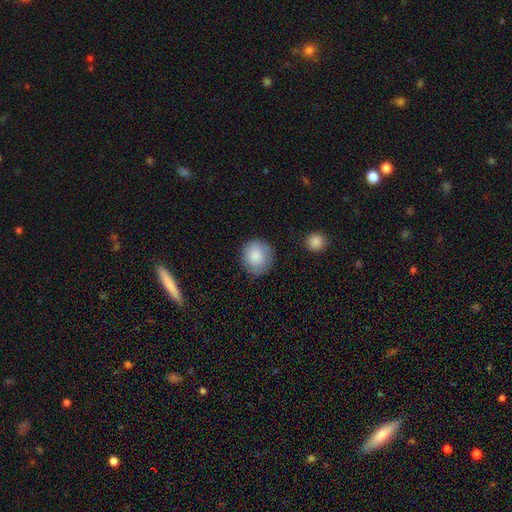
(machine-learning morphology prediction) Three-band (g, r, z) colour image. It shows a smooth galaxy with no disk features (86%) that is round (88%). Merging: none (80%).